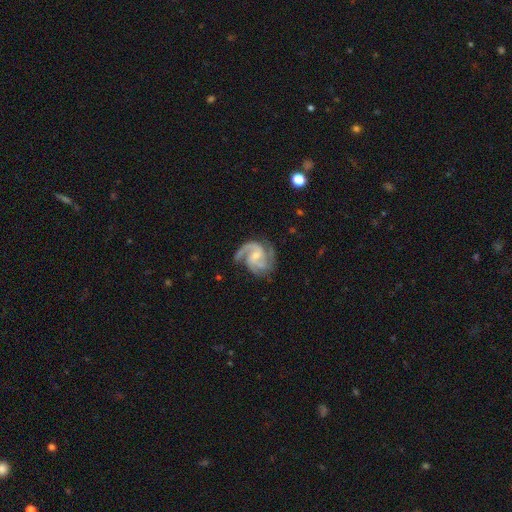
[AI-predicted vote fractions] smooth-or-featured: featured or disk: 92% | smooth: 4% | star or artifact: 4%
  disk-edge-on: no: 98% | yes: 2%
    bar: no: 46% | weak: 43% | strong: 11%
    has-spiral-arms: yes: 98% | no: 2%
      spiral-winding: medium: 56% | tight: 33% | loose: 12%
      spiral-arm-count: 3: 45% | 2: 39% | can't tell: 5% | 4: 4% | 1: 4% | more than 4: 3%
    bulge-size: small: 59% | moderate: 30% | none: 9% | large: 2% | dominant: 1%
  merging: none: 69% | minor disturbance: 19% | major disturbance: 10% | merger: 2%